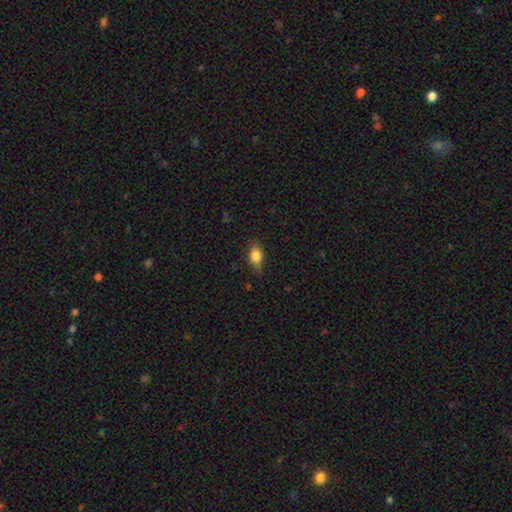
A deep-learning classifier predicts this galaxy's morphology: The model was most divided on "merging": none: 73%, minor disturbance: 22%, major disturbance: 4%, merger: 1%. More confident: smooth or featured — smooth (80%); how rounded — in between (75%).